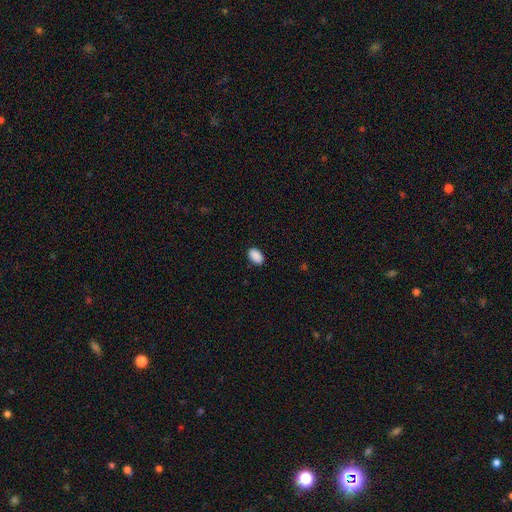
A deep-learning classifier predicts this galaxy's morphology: smooth-or-featured: smooth: 91% | star or artifact: 7% | featured or disk: 2%
  how-rounded: in between: 93% | round: 6% | cigar-shaped: 1%
  merging: none: 88% | minor disturbance: 9% | major disturbance: 2% | merger: 1%